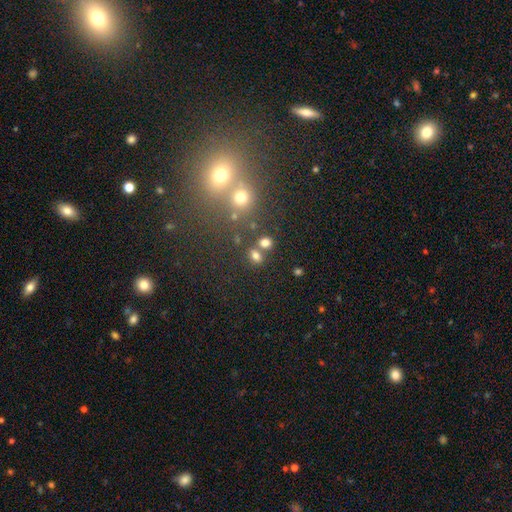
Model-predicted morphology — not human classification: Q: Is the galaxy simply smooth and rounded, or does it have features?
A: smooth — 73%.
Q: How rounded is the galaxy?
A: in between — 59%.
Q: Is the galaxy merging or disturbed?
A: none — 63%.